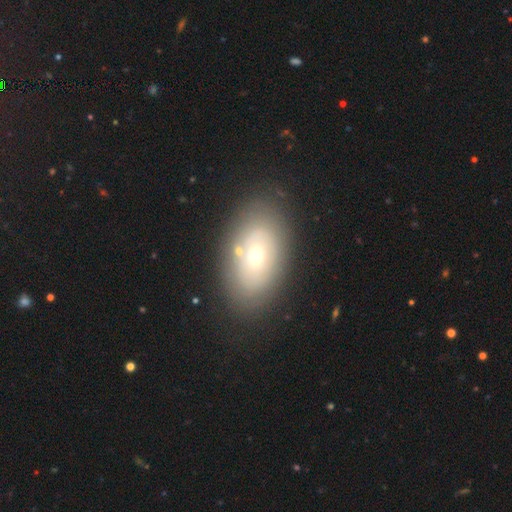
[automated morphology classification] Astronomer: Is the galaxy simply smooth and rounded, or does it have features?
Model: smooth — 50% (runner-up: featured or disk, 40%).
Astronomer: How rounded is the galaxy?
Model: in between — 87%.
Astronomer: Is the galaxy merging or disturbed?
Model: none — 78%.